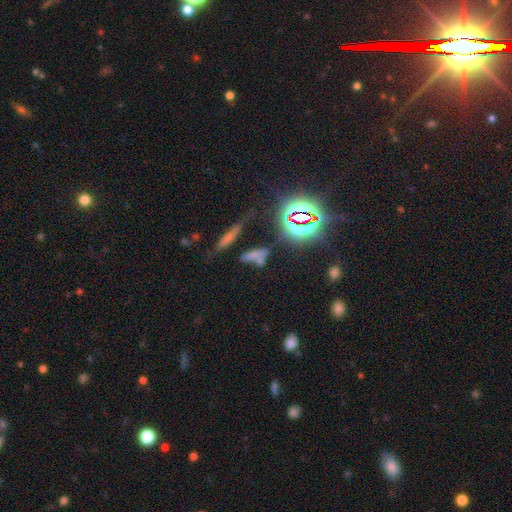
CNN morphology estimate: Q: Smooth or featured?
A: smooth (53%); runner-up: star or artifact (32%)
Q: How rounded?
A: in between (47%); runner-up: cigar-shaped (43%)
Q: Merging?
A: none (45%); runner-up: merger (28%)